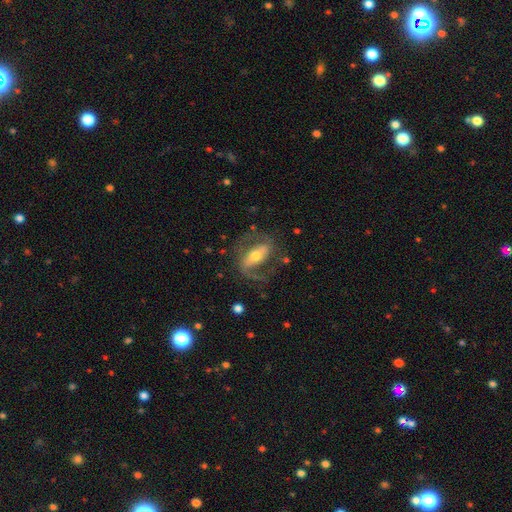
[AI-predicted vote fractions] This appears to be a featured or disk galaxy (81%) with a strong bar (52%), 2 (80%) medium (50%) spiral arms (88%) and a moderate central bulge (61%). Merging: none (67%).